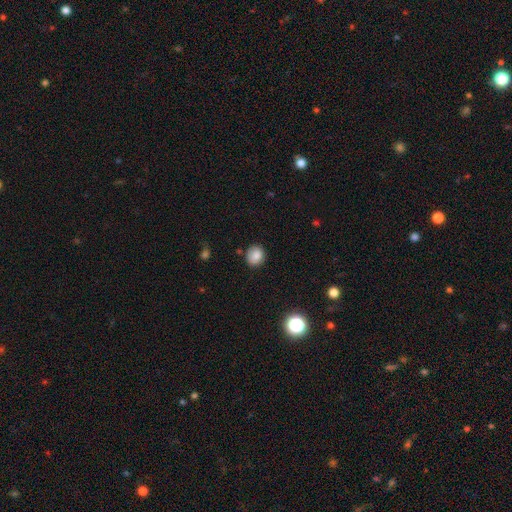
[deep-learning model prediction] The model was most divided on "how rounded": round: 74%, in between: 26%, cigar-shaped: 1%. More confident: smooth or featured — smooth (84%); merging — none (81%).